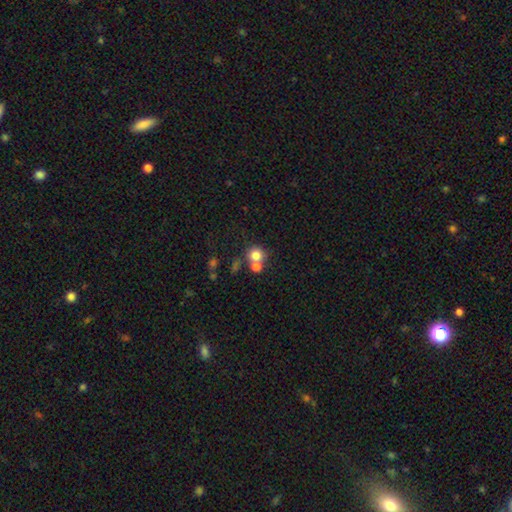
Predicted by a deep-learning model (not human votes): A smooth galaxy with no disk features (77%) that is round (88%). Merging: none (47%).